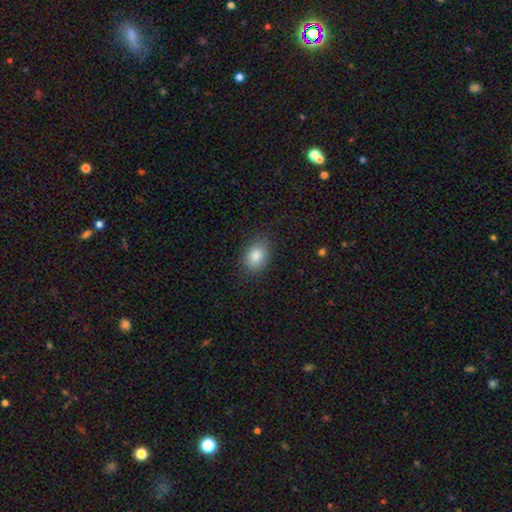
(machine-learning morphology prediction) Smooth or featured: smooth — 85% (star or artifact — 9%)
How rounded: in between — 78% (round — 21%)
Merging: none — 85% (minor disturbance — 12%)